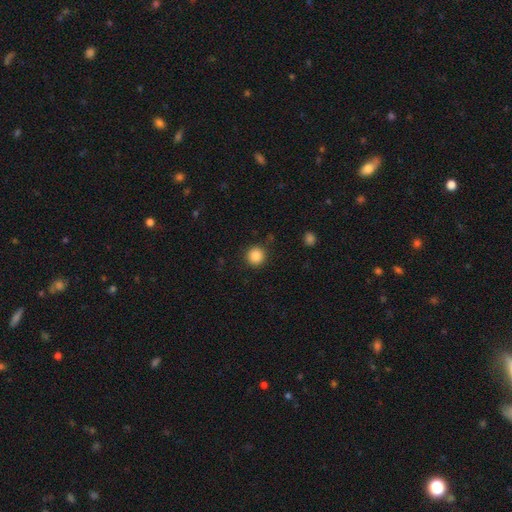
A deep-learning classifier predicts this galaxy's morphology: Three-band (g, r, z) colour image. It shows a smooth galaxy with no disk features (87%) that is round (94%). Merging: none (90%).